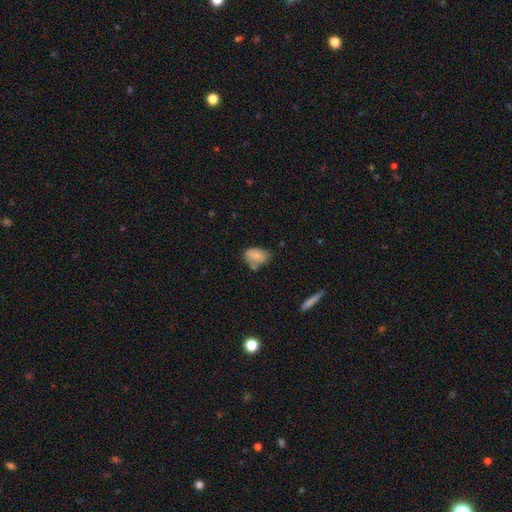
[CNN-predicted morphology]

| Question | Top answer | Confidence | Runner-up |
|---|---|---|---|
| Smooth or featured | smooth | 79% | featured or disk (13%) |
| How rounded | in between | 81% | round (17%) |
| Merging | none | 53% | minor disturbance (28%) |